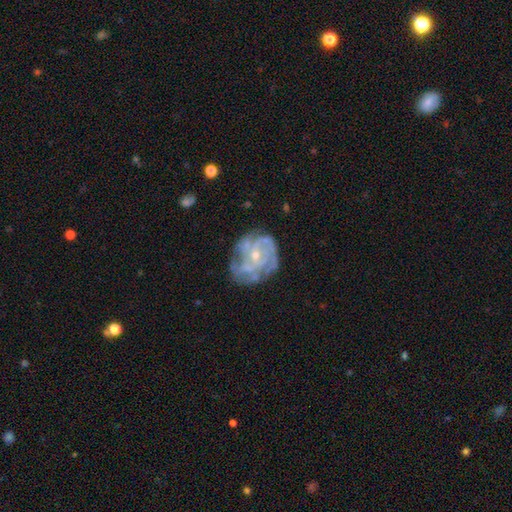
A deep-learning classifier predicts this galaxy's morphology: Smooth or featured? Predicted: featured or disk (p=0.82). Edge-on disk? Predicted: no (p=0.98). Bar? Predicted: no (p=0.73). Spiral arms? Predicted: yes (p=0.88). Spiral winding? Predicted: tight (p=0.56). Spiral arm count? Predicted: can't tell (p=0.36). Bulge size? Predicted: small (p=0.70). Merging? Predicted: none (p=0.66).